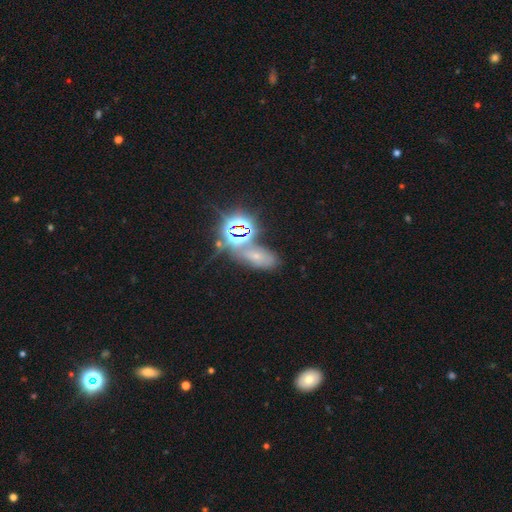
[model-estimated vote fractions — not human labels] Smooth or featured: star or artifact — 52% (smooth — 29%)